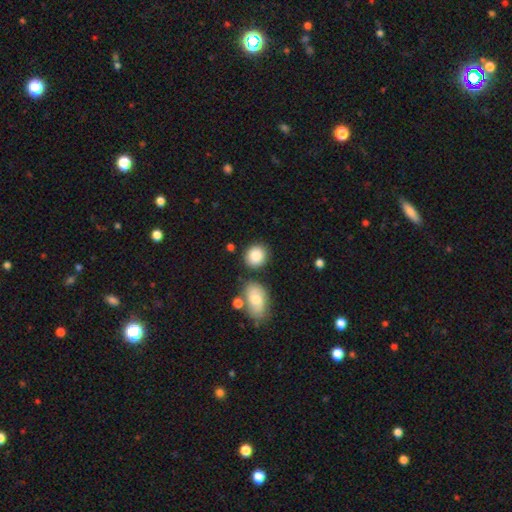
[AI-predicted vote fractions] Smooth or featured: smooth — 85% (star or artifact — 8%)
How rounded: round — 74% (in between — 25%)
Merging: none — 76% (minor disturbance — 12%)